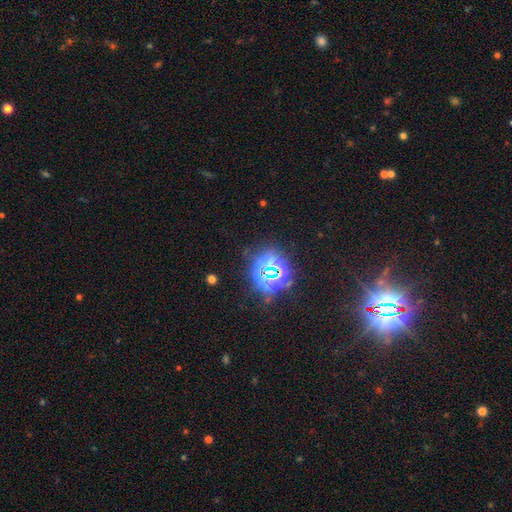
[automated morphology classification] smooth_or_featured: star or artifact (p=0.78) [alt: smooth p=0.15]